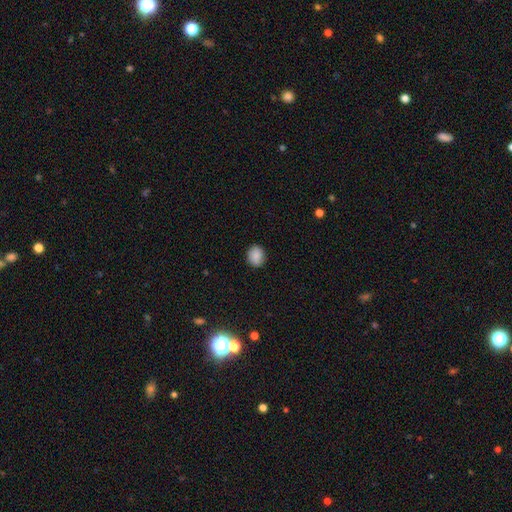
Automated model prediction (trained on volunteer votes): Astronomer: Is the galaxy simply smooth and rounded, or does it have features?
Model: smooth — 88%.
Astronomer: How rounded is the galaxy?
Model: round — 64%.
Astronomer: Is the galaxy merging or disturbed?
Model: none — 85%.